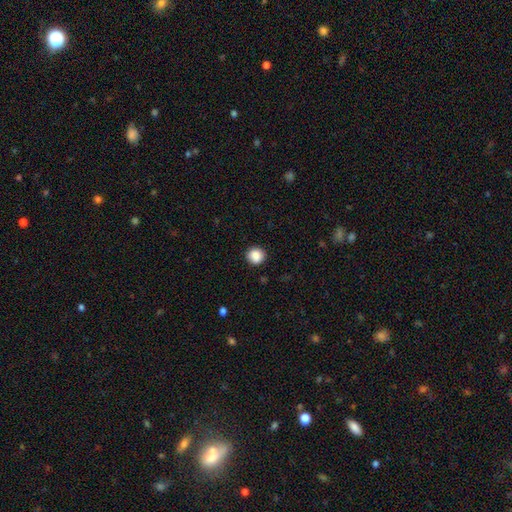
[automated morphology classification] This appears to be a smooth galaxy with no disk features (88%) that is round (92%). Merging: none (90%).